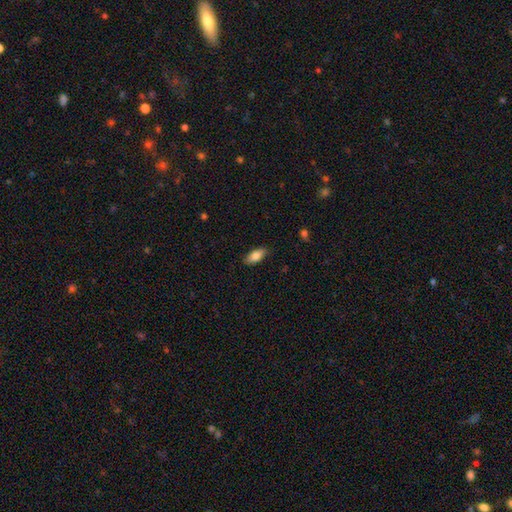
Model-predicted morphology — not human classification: Smooth or featured? Predicted: smooth (p=0.84). How rounded? Predicted: in between (p=0.86). Merging? Predicted: none (p=0.84).